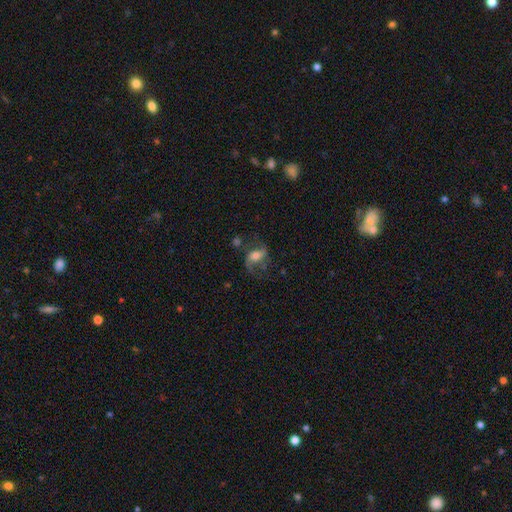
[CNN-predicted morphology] Smooth or featured: featured or disk — 65% (smooth — 26%)
Edge-on disk: no — 94% (yes — 6%)
Bar: no — 39% (weak — 35%)
Spiral arms: yes — 86% (no — 14%)
Spiral winding: loose — 64% (medium — 29%)
Spiral arm count: 2 — 82% (1 — 10%)
Bulge size: moderate — 60% (small — 26%)
Merging: none — 55% (minor disturbance — 20%)